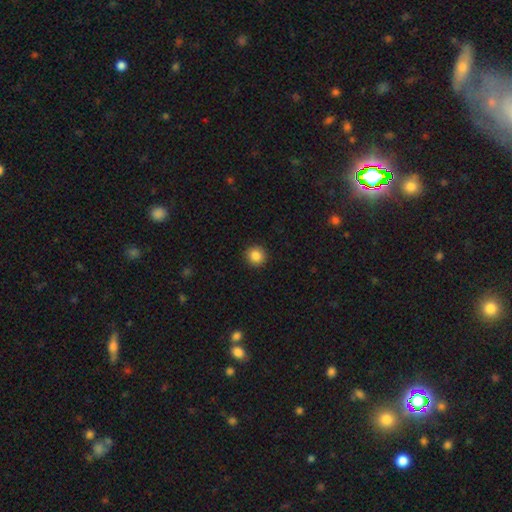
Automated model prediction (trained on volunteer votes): This is clearly a smooth galaxy (86%). How rounded: clearly round (92%). Merging: clearly none (92%).